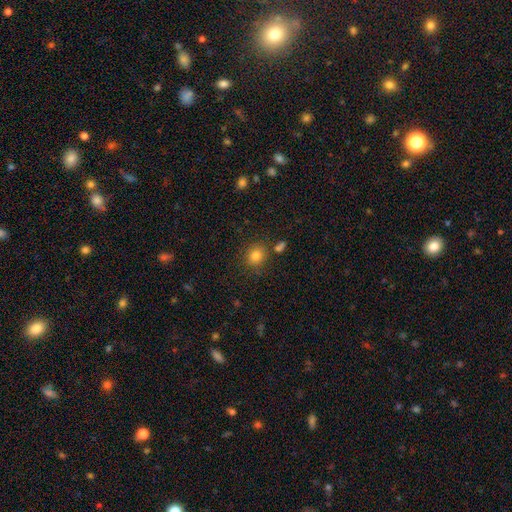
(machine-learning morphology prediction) This is clearly a smooth galaxy (82%). How rounded: likely round (77%). Merging: likely none (79%).